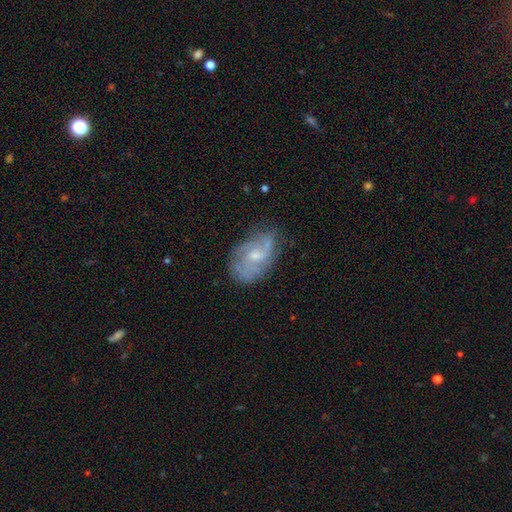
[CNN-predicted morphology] A featured or disk galaxy (75%) with no bar (54%), 2 (46%) medium (45%) spiral arms (89%) and a small central bulge (49%). Merging: none (64%).